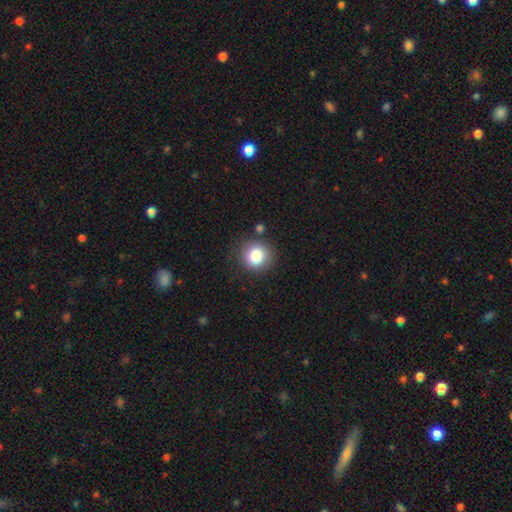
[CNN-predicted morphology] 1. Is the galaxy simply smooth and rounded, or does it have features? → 84% smooth, 10% star or artifact, 6% featured or disk.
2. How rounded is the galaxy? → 90% round, 9% in between, 1% cigar-shaped.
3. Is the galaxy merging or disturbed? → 83% none, 10% minor disturbance, 4% merger, 3% major disturbance.